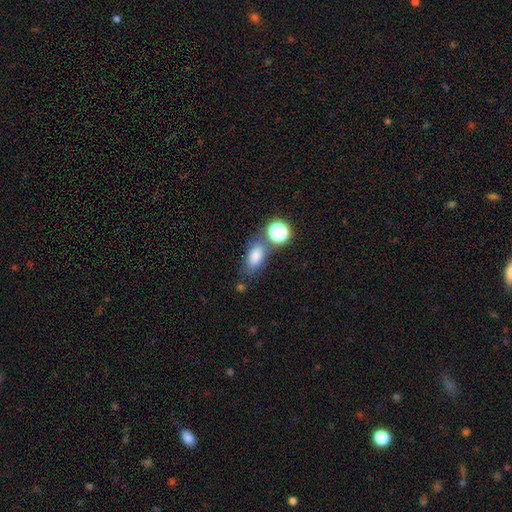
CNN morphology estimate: Smooth or featured?
  - smooth: 77% *
  - star or artifact: 14%
  - featured or disk: 10%
How rounded?
  - in between: 82% *
  - round: 14%
  - cigar-shaped: 5%
Merging?
  - none: 63% *
  - minor disturbance: 16%
  - merger: 15%
  - major disturbance: 6%